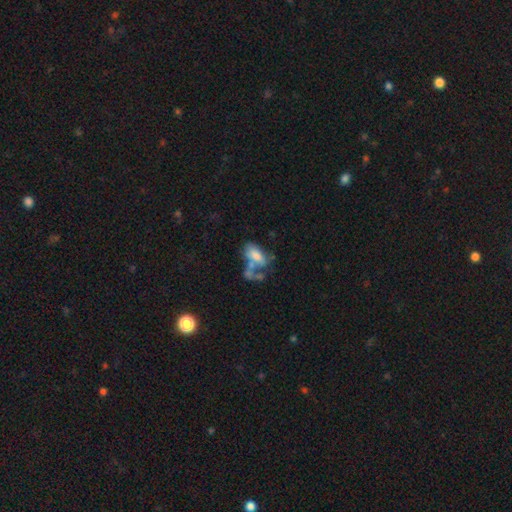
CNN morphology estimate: type=smooth (58%); roundness=in between (89%); merging=merger (39%).